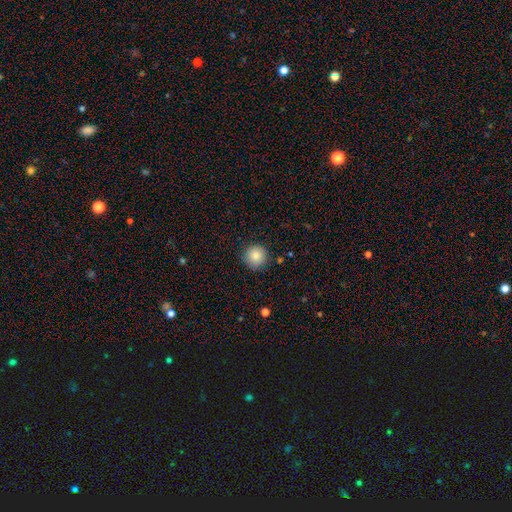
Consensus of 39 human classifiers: This appears to be a smooth galaxy with no disk features (90%) that is round (94%). Merging: none (92%).